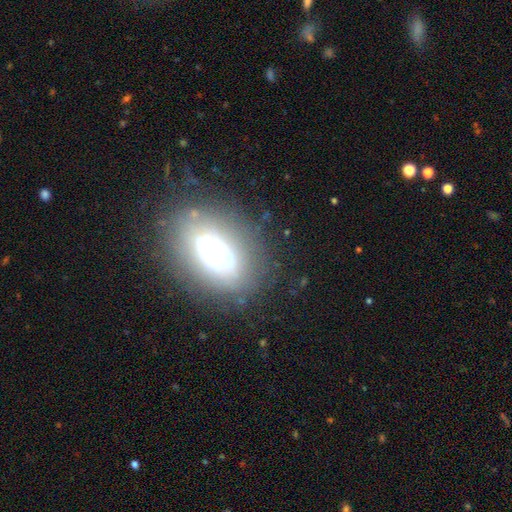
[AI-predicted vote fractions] Morphology: type=smooth (49%); merging=none (79%).